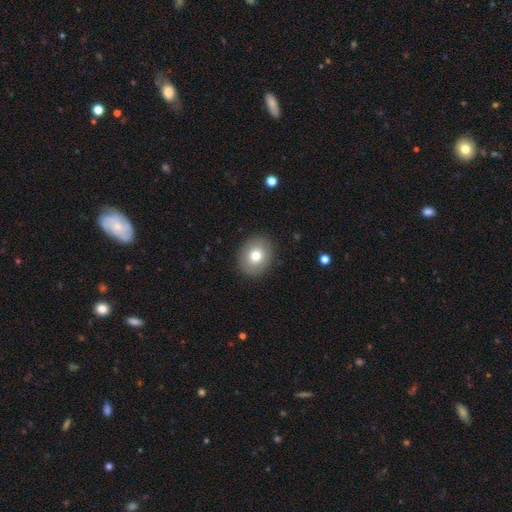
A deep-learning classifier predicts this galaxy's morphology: A smooth galaxy with no disk features (76%) that is round (57%).

Vote fractions:
- Smooth or featured? smooth: 76% / featured or disk: 15% / star or artifact: 9%
- How rounded? round: 57% / in between: 42% / cigar-shaped: 1%
- Merging? none: 89% / minor disturbance: 8% / major disturbance: 2% / merger: 1%